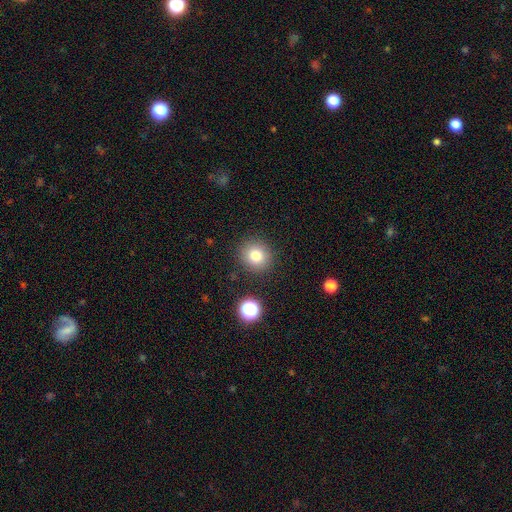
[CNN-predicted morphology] A smooth galaxy with no disk features (80%) that is round (89%). Merging: none (88%).